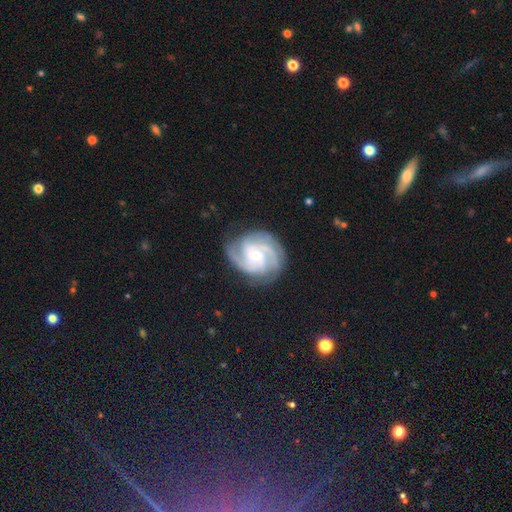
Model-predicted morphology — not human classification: Q: Smooth or featured?
A: featured or disk (90%); runner-up: smooth (6%)
Q: Edge-on disk?
A: no (98%); runner-up: yes (2%)
Q: Bar?
A: no (54%); runner-up: weak (38%)
Q: Spiral arms?
A: yes (98%); runner-up: no (2%)
Q: Spiral winding?
A: tight (56%); runner-up: medium (39%)
Q: Spiral arm count?
A: 3 (46%); runner-up: 2 (23%)
Q: Bulge size?
A: small (52%); runner-up: moderate (41%)
Q: Merging?
A: none (78%); runner-up: minor disturbance (15%)